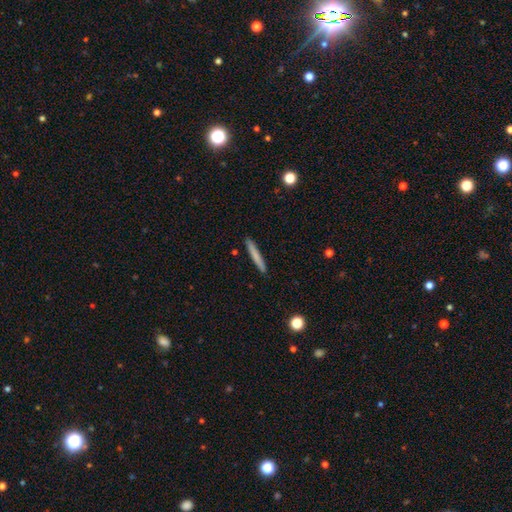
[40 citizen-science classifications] Smooth or featured: smooth — 72% (featured or disk — 25%)
How rounded: cigar-shaped — 100%
Merging: none — 100%